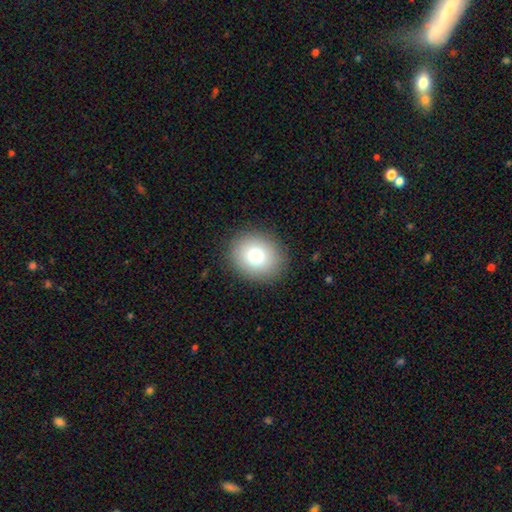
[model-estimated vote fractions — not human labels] This appears to be a smooth galaxy with no disk features (77%) that is round (71%). Merging: none (89%).